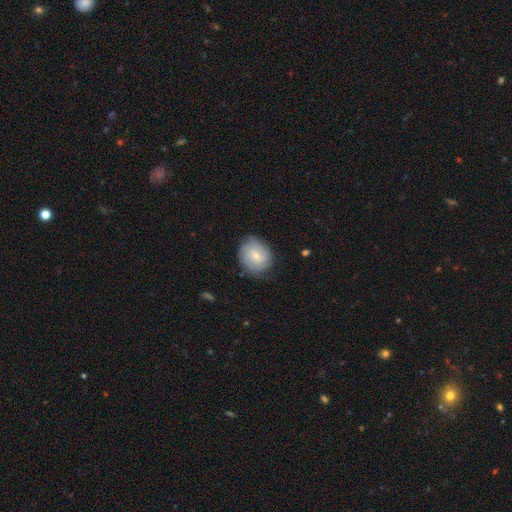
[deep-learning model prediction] This appears to be a featured or disk galaxy (58%) with no bar (53%), tight (62%) spiral arms (89%) and a small central bulge (67%). Merging: none (79%).